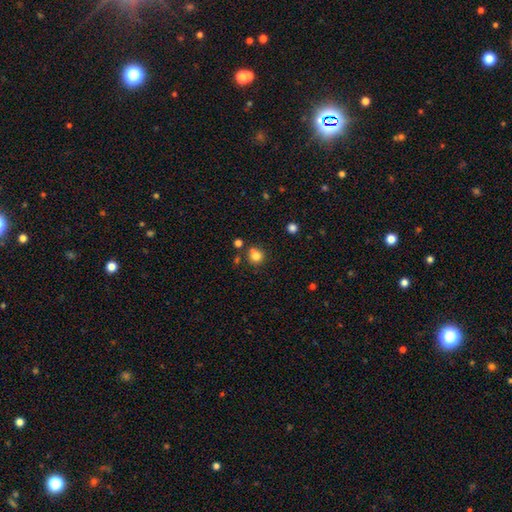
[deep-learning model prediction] smooth-or-featured: smooth: 81% | star or artifact: 13% | featured or disk: 7%
  how-rounded: round: 89% | in between: 10% | cigar-shaped: 1%
  merging: none: 67% | merger: 17% | minor disturbance: 11% | major disturbance: 4%